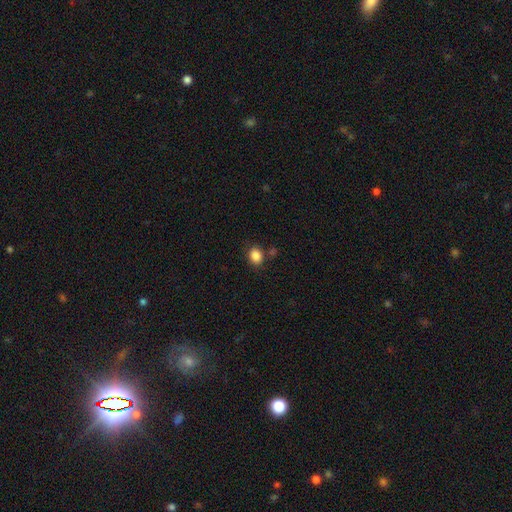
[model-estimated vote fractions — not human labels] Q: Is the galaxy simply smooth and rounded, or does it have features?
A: smooth — 86%.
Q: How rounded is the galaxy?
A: in between — 50%.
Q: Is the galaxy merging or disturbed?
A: none — 78%.